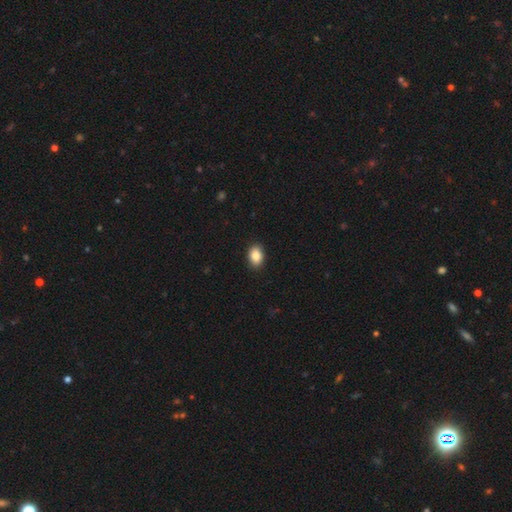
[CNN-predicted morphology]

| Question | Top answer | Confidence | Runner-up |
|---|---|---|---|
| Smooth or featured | smooth | 87% | star or artifact (8%) |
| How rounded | in between | 81% | round (18%) |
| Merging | none | 90% | minor disturbance (7%) |